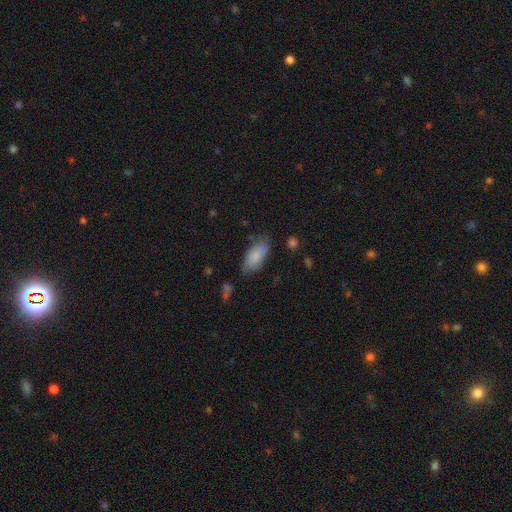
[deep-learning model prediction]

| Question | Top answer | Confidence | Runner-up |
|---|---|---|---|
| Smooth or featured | smooth | 73% | featured or disk (21%) |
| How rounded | in between | 90% | cigar-shaped (8%) |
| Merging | none | 66% | minor disturbance (25%) |